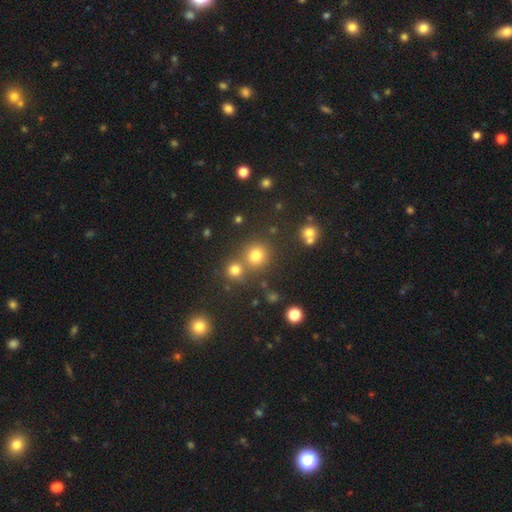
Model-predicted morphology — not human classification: Q: Smooth or featured?
A: smooth (75%); runner-up: star or artifact (18%)
Q: How rounded?
A: round (89%); runner-up: in between (10%)
Q: Merging?
A: none (70%); runner-up: merger (20%)